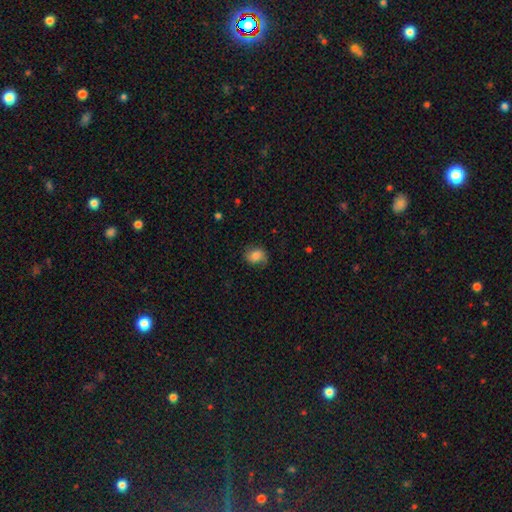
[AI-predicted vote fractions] This appears to be a smooth galaxy with no disk features (73%) that is in between round and cigar-shaped (52%). Merging: none (67%).